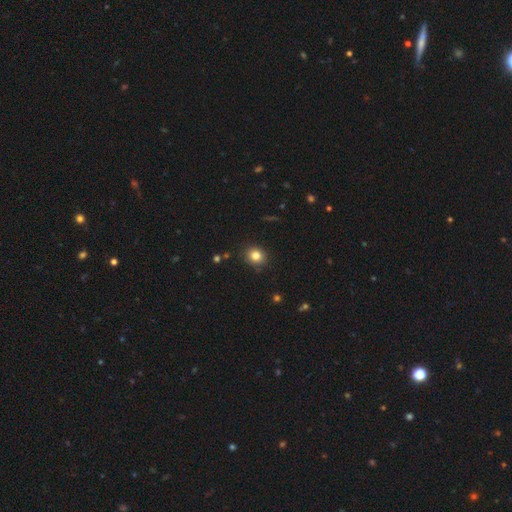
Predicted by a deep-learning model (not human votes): This is clearly a smooth galaxy (81%). How rounded: likely round (77%). Merging: clearly none (88%).